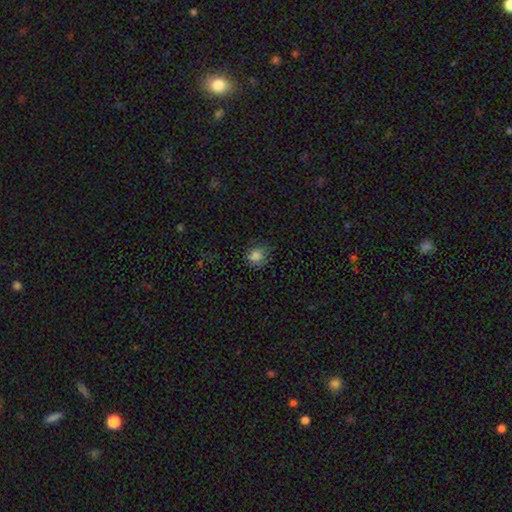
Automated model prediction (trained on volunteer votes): smooth-or-featured: smooth: 83% | star or artifact: 12% | featured or disk: 5%
  how-rounded: round: 79% | in between: 20% | cigar-shaped: 1%
  merging: none: 71% | minor disturbance: 21% | major disturbance: 6% | merger: 1%